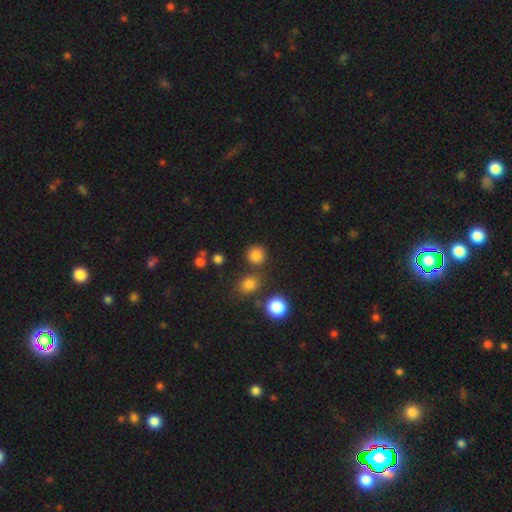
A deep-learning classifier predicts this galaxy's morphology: type=smooth (82%); roundness=round (89%); merging=none (79%).